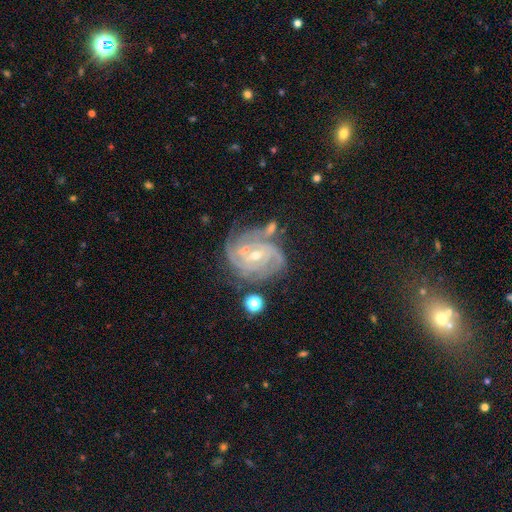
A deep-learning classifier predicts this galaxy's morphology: Smooth or featured? featured or disk (89%)
Edge-on disk? no (98%)
Bar? weak (45%)
Spiral arms? yes (98%)
Spiral winding? tight (72%)
Spiral arm count? 3 (33%)
Bulge size? small (54%)
Merging? none (61%)